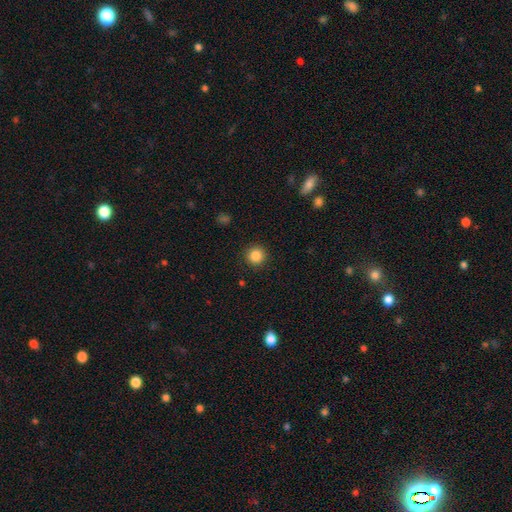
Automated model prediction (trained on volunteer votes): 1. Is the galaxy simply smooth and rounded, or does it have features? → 86% smooth, 10% star or artifact, 4% featured or disk.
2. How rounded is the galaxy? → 95% round, 4% in between, 1% cigar-shaped.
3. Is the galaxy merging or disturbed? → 91% none, 6% minor disturbance, 2% major disturbance, 1% merger.